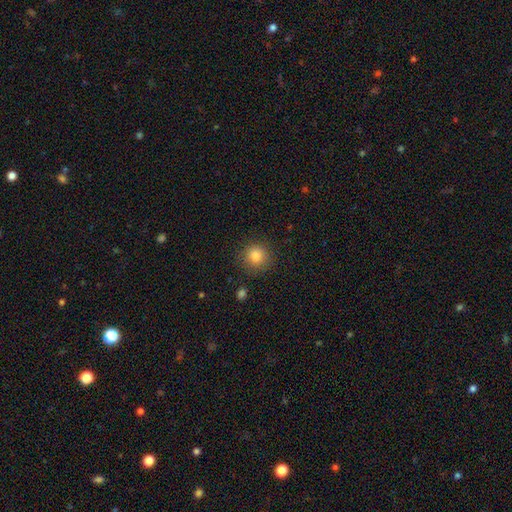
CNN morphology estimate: Smooth or featured: smooth — 84% (star or artifact — 11%)
How rounded: round — 93% (in between — 6%)
Merging: none — 87% (minor disturbance — 9%)